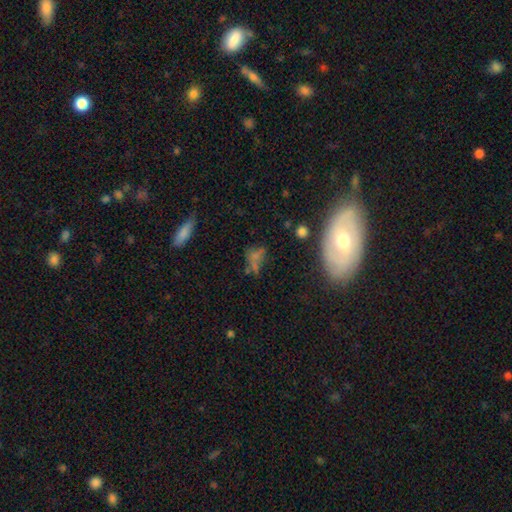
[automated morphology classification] Overall: smooth (52%; star or artifact 25%). How rounded: in between (59%; round 31%). Merging: none (57%; minor disturbance 18%).